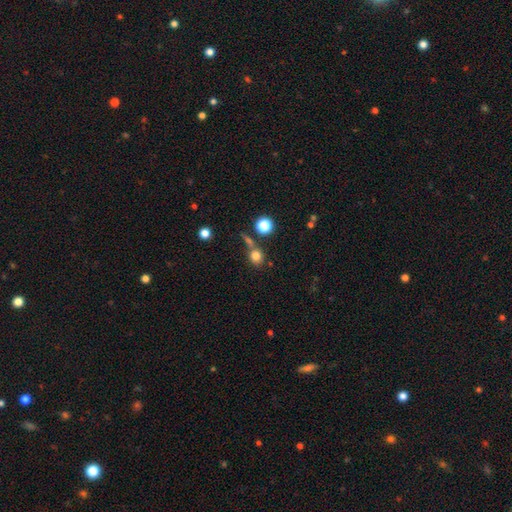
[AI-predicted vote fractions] smooth-or-featured: smooth: 79% | star or artifact: 14% | featured or disk: 7%
  how-rounded: round: 81% | in between: 18% | cigar-shaped: 1%
  merging: none: 61% | merger: 22% | minor disturbance: 12% | major disturbance: 6%